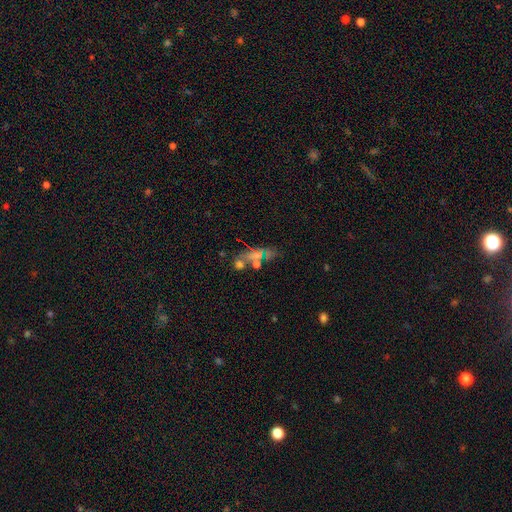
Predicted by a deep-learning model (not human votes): Smooth or featured? smooth (39%)
Merging? none (55%)